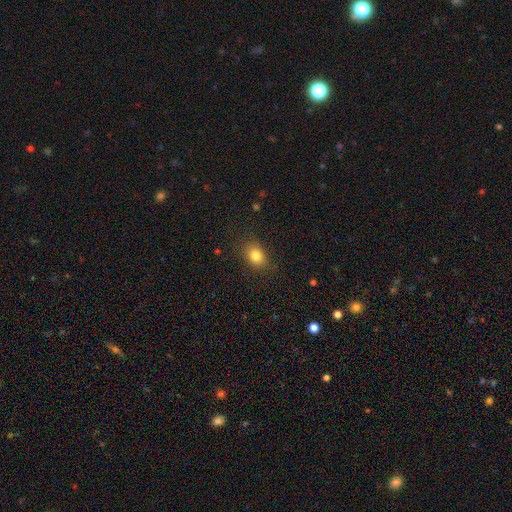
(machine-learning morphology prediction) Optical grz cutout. It shows a smooth galaxy with no disk features (83%) that is in between round and cigar-shaped (65%). Merging: none (84%).